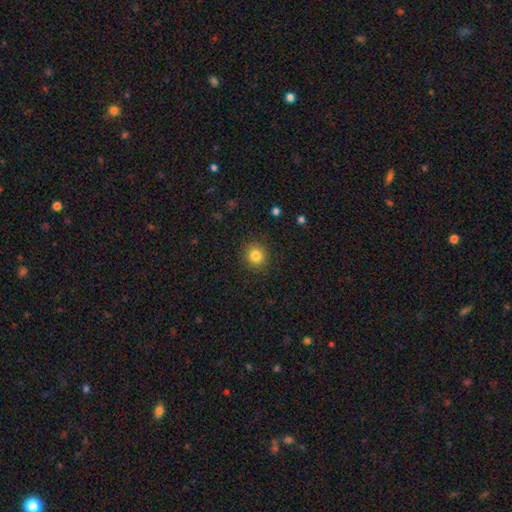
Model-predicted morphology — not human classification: This is clearly a smooth galaxy (83%). How rounded: clearly round (90%). Merging: clearly none (90%).